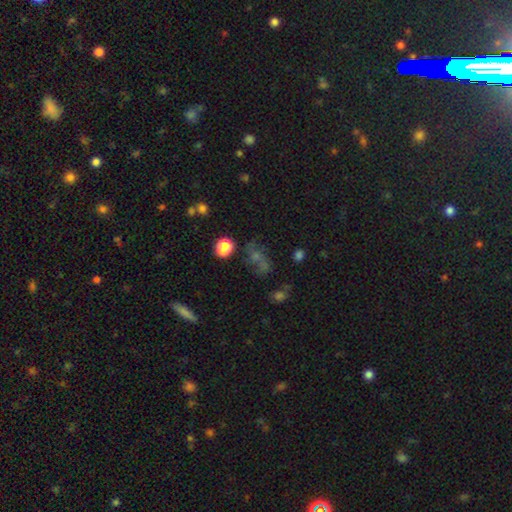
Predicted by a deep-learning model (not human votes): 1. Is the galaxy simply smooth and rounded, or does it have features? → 36% smooth, 34% star or artifact, 30% featured or disk.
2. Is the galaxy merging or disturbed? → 56% none, 18% minor disturbance, 15% major disturbance, 11% merger.